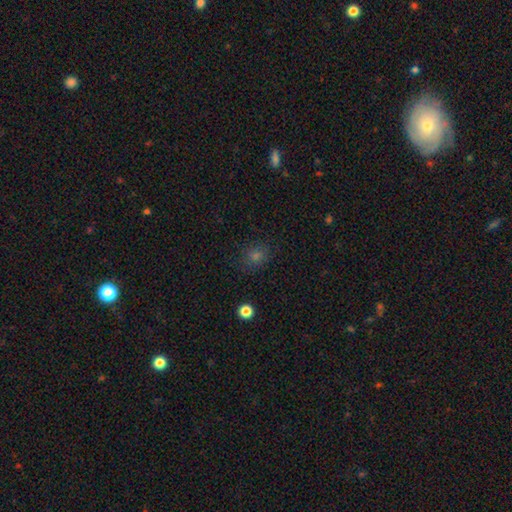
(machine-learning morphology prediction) smooth-or-featured: smooth: 67% | star or artifact: 25% | featured or disk: 8%
  how-rounded: round: 73% | in between: 26% | cigar-shaped: 1%
  merging: none: 84% | minor disturbance: 11% | major disturbance: 4% | merger: 1%